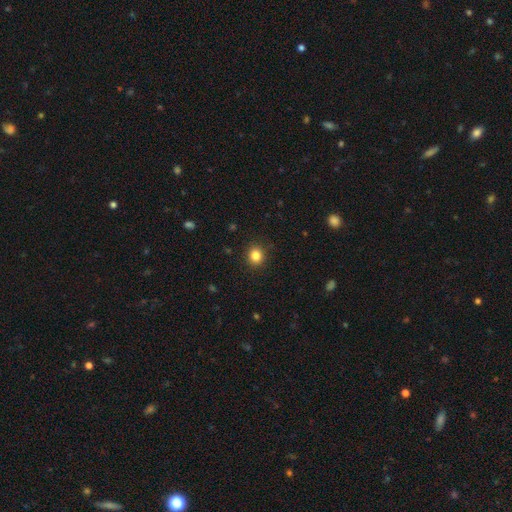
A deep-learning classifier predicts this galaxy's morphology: Smooth or featured: smooth — 84% (star or artifact — 11%)
How rounded: round — 85% (in between — 14%)
Merging: none — 91% (minor disturbance — 6%)